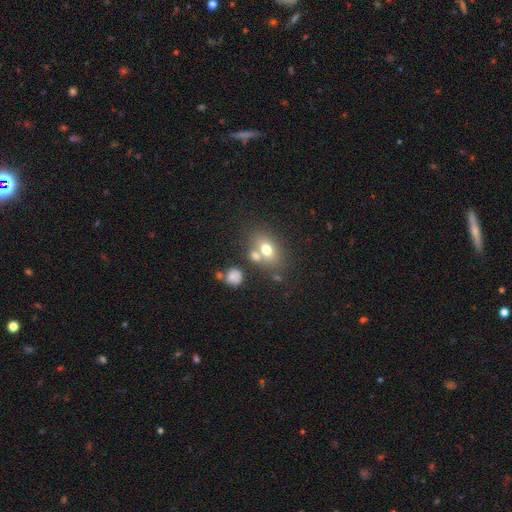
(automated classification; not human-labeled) Smooth or featured?
  - smooth: 69% *
  - featured or disk: 18%
  - star or artifact: 12%
How rounded?
  - in between: 70% *
  - round: 28%
  - cigar-shaped: 2%
Merging?
  - none: 53% *
  - merger: 30%
  - minor disturbance: 12%
  - major disturbance: 5%